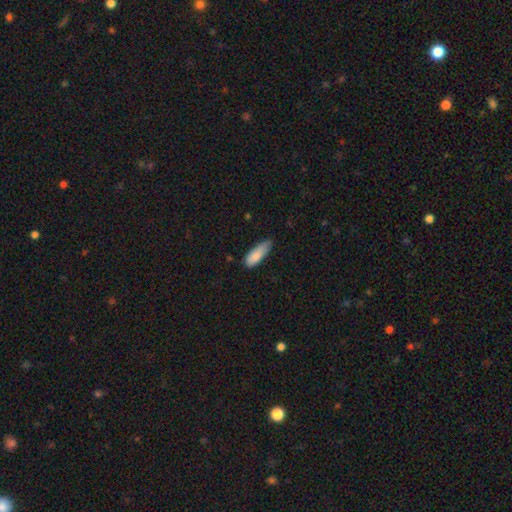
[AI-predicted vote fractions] This appears to be a smooth galaxy with no disk features (84%) that is in between round and cigar-shaped (66%). Merging: none (55%).